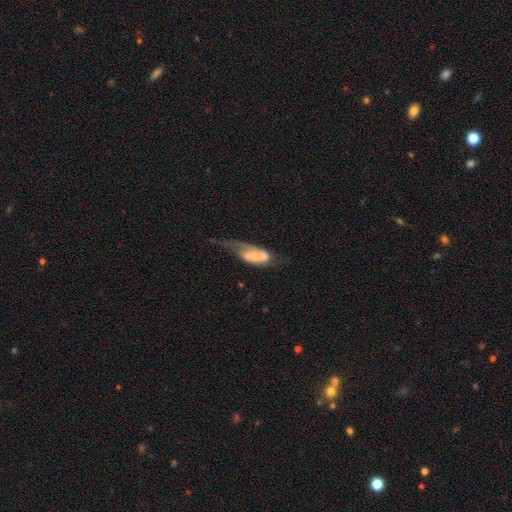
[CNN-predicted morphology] This appears to be a featured or disk galaxy (59%) with no bar (48%), spiral arms (72%) and a small central bulge (43%). Merging: major disturbance (36%).